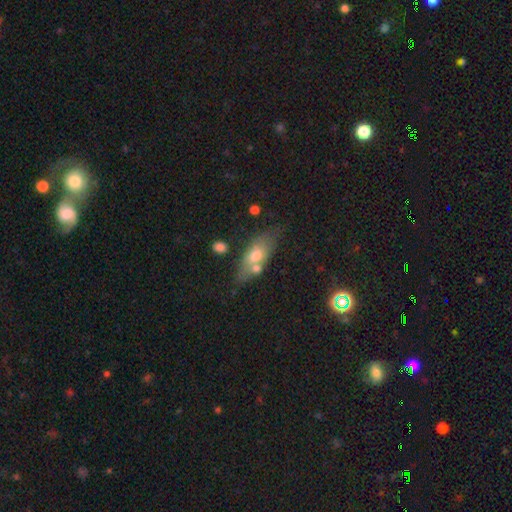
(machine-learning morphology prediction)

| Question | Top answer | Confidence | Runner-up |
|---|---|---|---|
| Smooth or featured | smooth | 61% | featured or disk (32%) |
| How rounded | in between | 72% | cigar-shaped (22%) |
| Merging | none | 51% | merger (23%) |